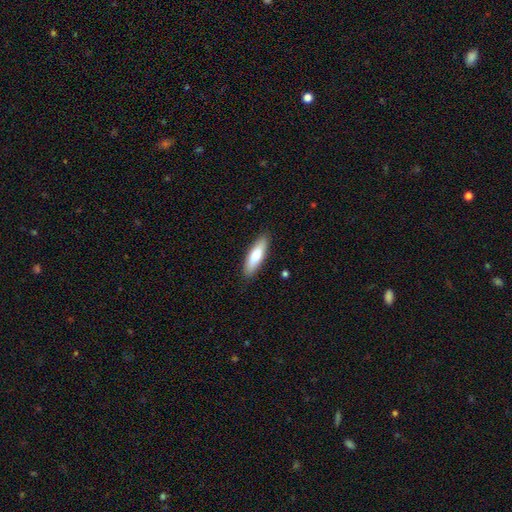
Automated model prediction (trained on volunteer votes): Smooth or featured? smooth (77%)
How rounded? cigar-shaped (57%)
Merging? none (88%)